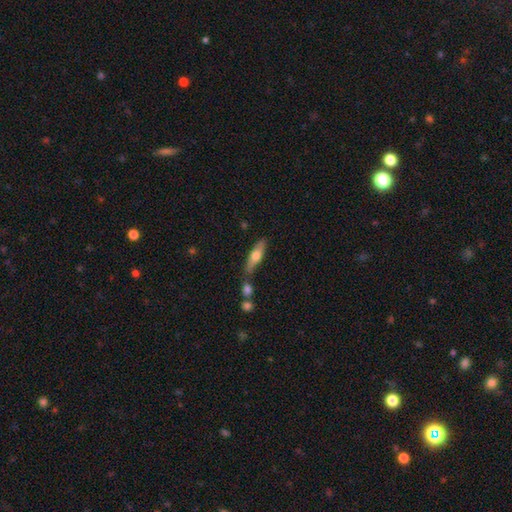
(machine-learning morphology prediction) smooth-or-featured: smooth: 60% | featured or disk: 34% | star or artifact: 6%
  how-rounded: cigar-shaped: 57% | in between: 40% | round: 3%
  merging: none: 63% | minor disturbance: 17% | merger: 15% | major disturbance: 5%